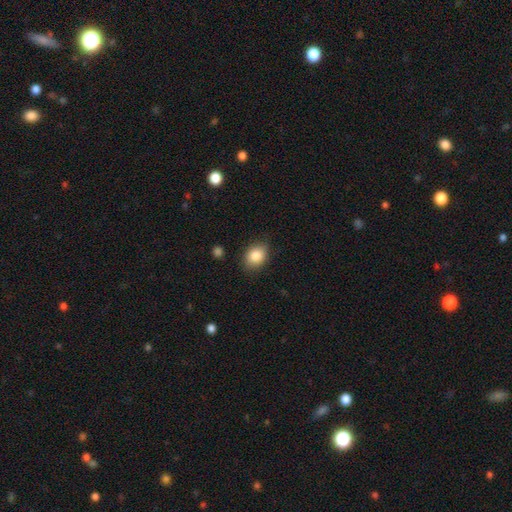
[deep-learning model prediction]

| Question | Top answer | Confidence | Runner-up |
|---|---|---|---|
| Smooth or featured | smooth | 85% | star or artifact (8%) |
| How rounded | in between | 67% | round (32%) |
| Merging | none | 82% | minor disturbance (14%) |